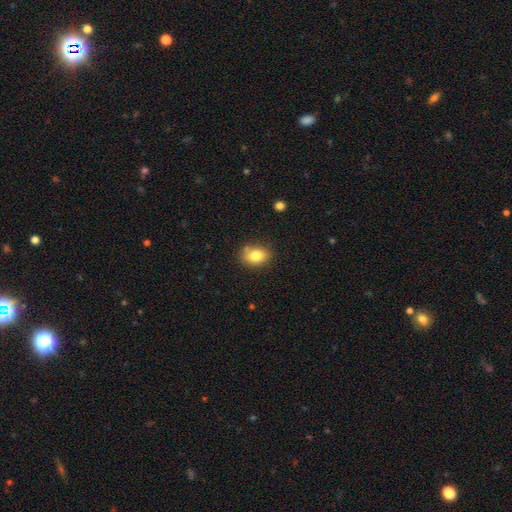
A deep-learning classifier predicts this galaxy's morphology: Smooth or featured?
  - smooth: 82% *
  - star or artifact: 9%
  - featured or disk: 9%
How rounded?
  - in between: 71% *
  - round: 28%
  - cigar-shaped: 1%
Merging?
  - none: 78% *
  - minor disturbance: 14%
  - merger: 4%
  - major disturbance: 3%